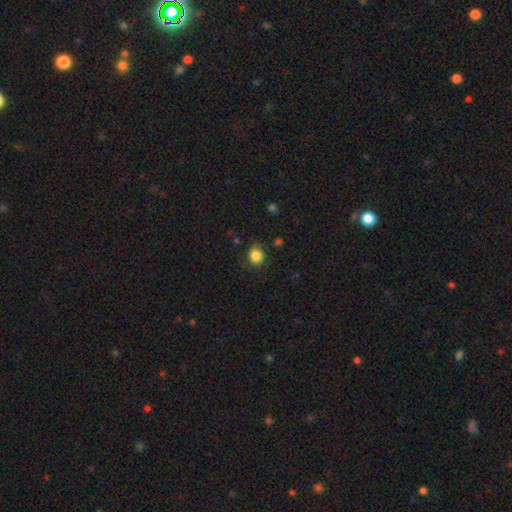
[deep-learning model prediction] Q: Smooth or featured?
A: smooth (86%); runner-up: star or artifact (11%)
Q: How rounded?
A: round (87%); runner-up: in between (12%)
Q: Merging?
A: none (85%); runner-up: minor disturbance (10%)